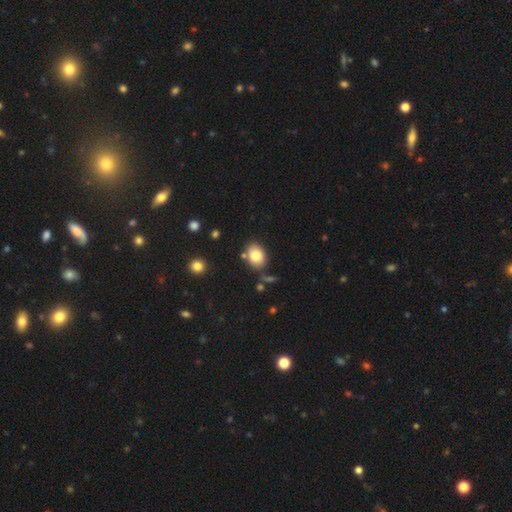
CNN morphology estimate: Q: Smooth or featured?
A: smooth (82%); runner-up: featured or disk (10%)
Q: How rounded?
A: in between (69%); runner-up: round (30%)
Q: Merging?
A: none (74%); runner-up: minor disturbance (14%)